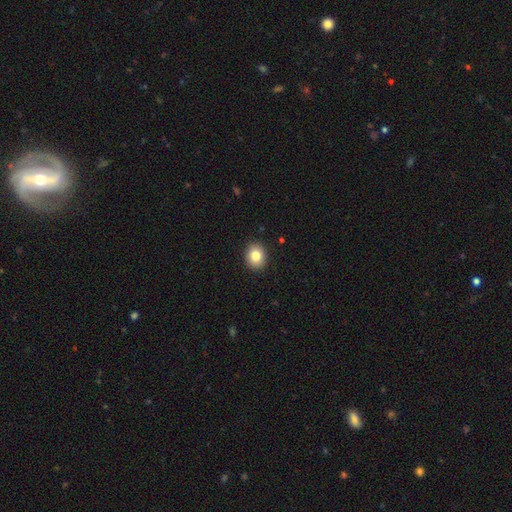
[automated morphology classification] This appears to be a smooth galaxy with no disk features (82%) that is round (62%). Merging: none (91%).